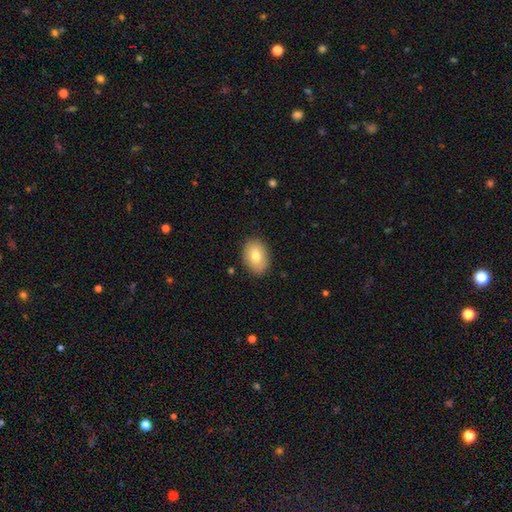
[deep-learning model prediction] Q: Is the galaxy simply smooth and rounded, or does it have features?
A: smooth — 77%.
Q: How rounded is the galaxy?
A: in between — 80%.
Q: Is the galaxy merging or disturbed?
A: none — 87%.